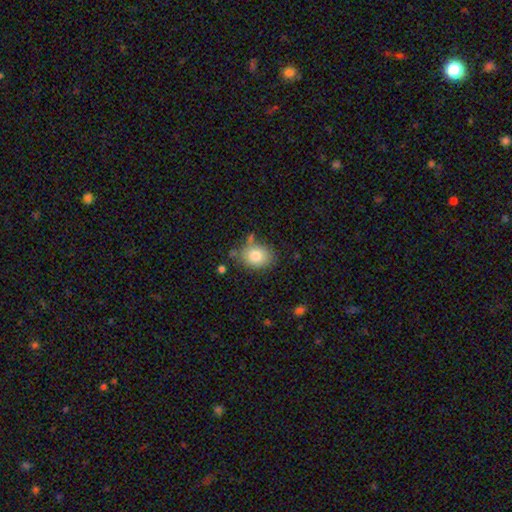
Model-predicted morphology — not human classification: Overall: smooth (81%). How rounded: in between (53%; round 46%). Merging: none (69%).